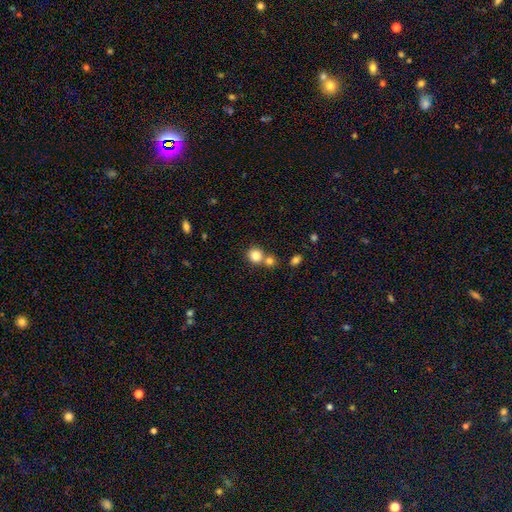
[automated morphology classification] smooth_or_featured: smooth (p=0.83) [alt: star or artifact p=0.11]
how_rounded: round (p=0.87) [alt: in between p=0.12]
merging: none (p=0.57) [alt: merger p=0.32]